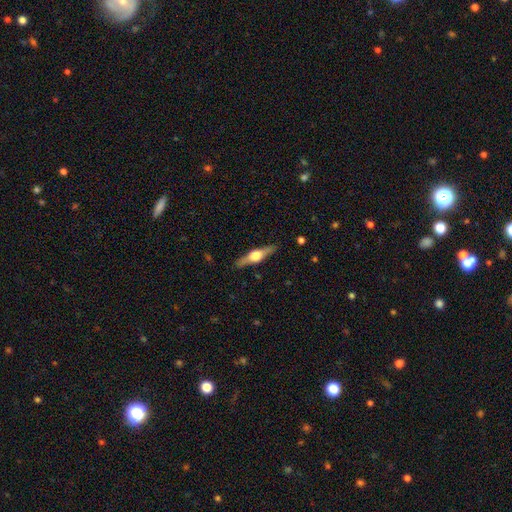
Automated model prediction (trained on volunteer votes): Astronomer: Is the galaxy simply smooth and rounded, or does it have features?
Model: featured or disk — 71%.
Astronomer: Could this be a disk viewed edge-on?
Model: yes — 97%.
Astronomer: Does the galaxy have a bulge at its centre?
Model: rounded — 93%.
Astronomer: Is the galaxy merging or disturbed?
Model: none — 89%.